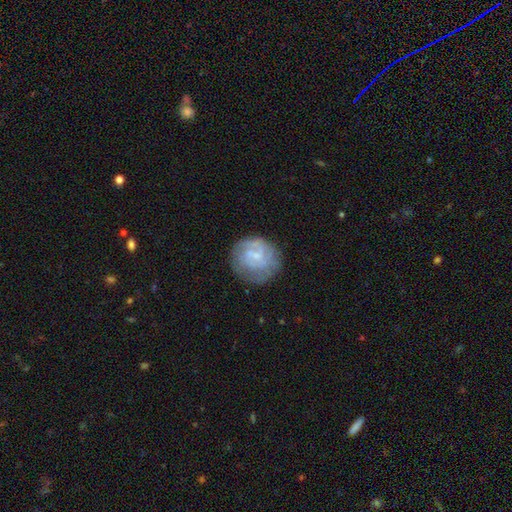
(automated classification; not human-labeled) featured or disk 58%, smooth 34%, star or artifact 8%. Down the decision tree: edge-on disk — no (98%); bar — no (52%); spiral arms — yes (69%); bulge size — small (55%); merging — none (68%).